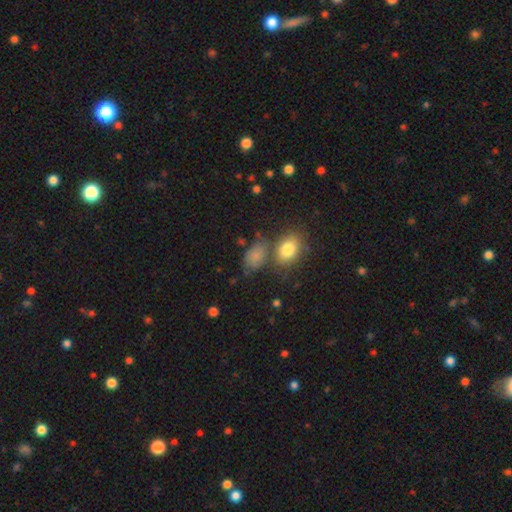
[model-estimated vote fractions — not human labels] A smooth galaxy with no disk features (75%) that is in between round and cigar-shaped (81%).

Vote fractions:
- Smooth or featured? smooth: 75% / featured or disk: 13% / star or artifact: 12%
- How rounded? in between: 81% / round: 17% / cigar-shaped: 2%
- Merging? none: 55% / minor disturbance: 21% / merger: 16% / major disturbance: 8%